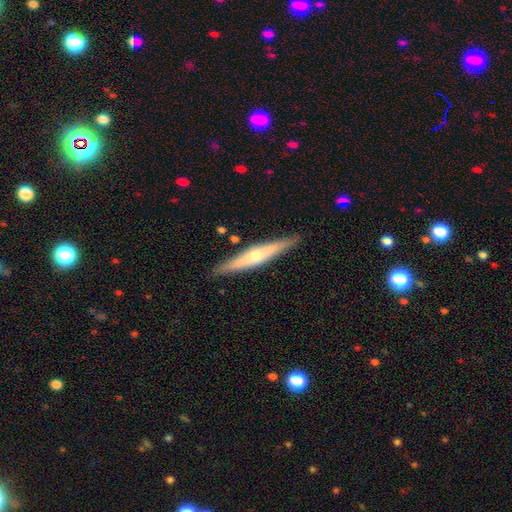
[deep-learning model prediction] A featured or disk galaxy (63%) viewed edge-on (96%) with a rounded central bulge (76%).

Vote fractions:
- Smooth or featured? featured or disk: 63% / smooth: 30% / star or artifact: 7%
- Edge-on disk? yes: 96% / no: 4%
- Edge-on bulge? rounded: 76% / none: 18% / boxy: 6%
- Merging? none: 90% / minor disturbance: 7% / major disturbance: 1% / merger: 1%